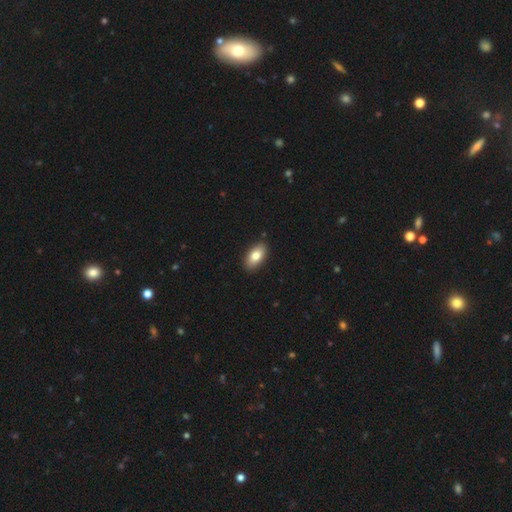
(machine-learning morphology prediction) The model was most divided on "smooth or featured": smooth: 80%, featured or disk: 14%, star or artifact: 7%. More confident: how rounded — in between (91%); merging — none (89%).